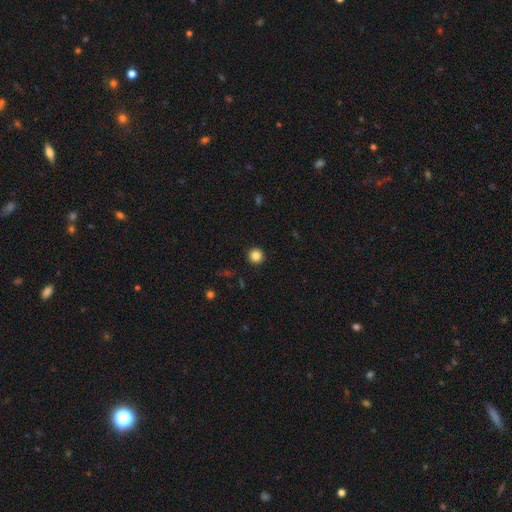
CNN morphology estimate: smooth-or-featured: smooth: 84% | star or artifact: 11% | featured or disk: 5%
  how-rounded: round: 96% | in between: 3% | cigar-shaped: 1%
  merging: none: 93% | minor disturbance: 4% | major disturbance: 2% | merger: 1%